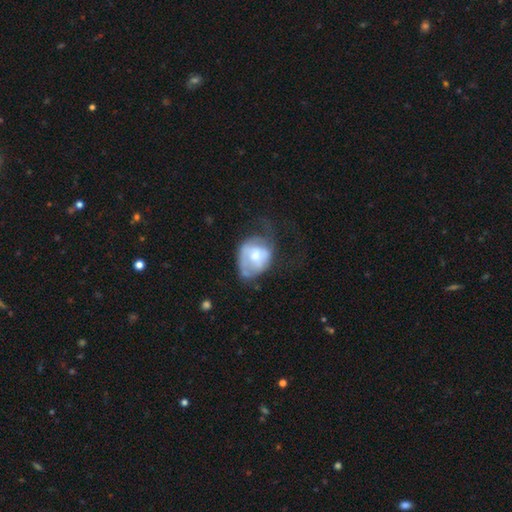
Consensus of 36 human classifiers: Overall: featured or disk (58%; smooth 39%). Edge-on disk: no (100%). Bar: no (62%; weak 29%). Spiral arms: yes (57%; no 43%). Spiral arm count: 2 (50%; can't tell 33%). Spiral winding: loose (83%). Bulge size: moderate (57%; large 19%). Merging: major disturbance (57%; minor disturbance 29%).